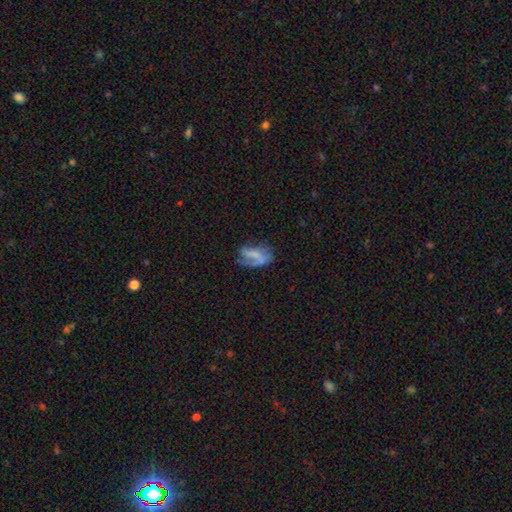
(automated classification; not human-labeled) Smooth or featured? featured or disk (52%)
Edge-on disk? no (95%)
Merging? none (39%)